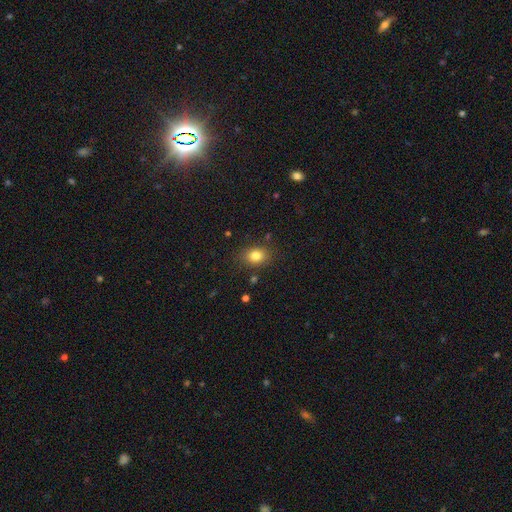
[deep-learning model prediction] Smooth or featured? Predicted: smooth (p=0.82). How rounded? Predicted: in between (p=0.61). Merging? Predicted: none (p=0.82).